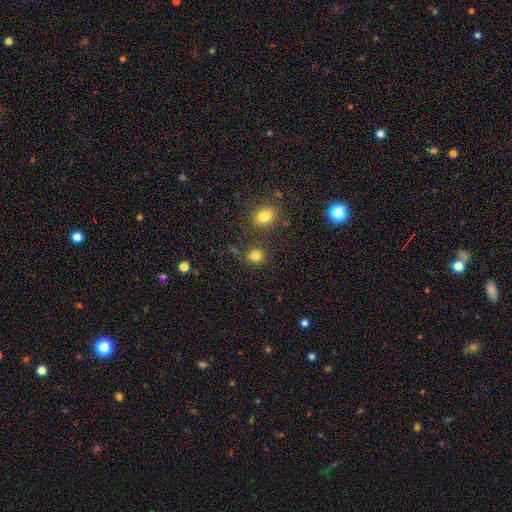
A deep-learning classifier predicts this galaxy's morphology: Q: Smooth or featured?
A: smooth (81%); runner-up: star or artifact (13%)
Q: How rounded?
A: round (74%); runner-up: in between (25%)
Q: Merging?
A: none (77%); runner-up: minor disturbance (11%)